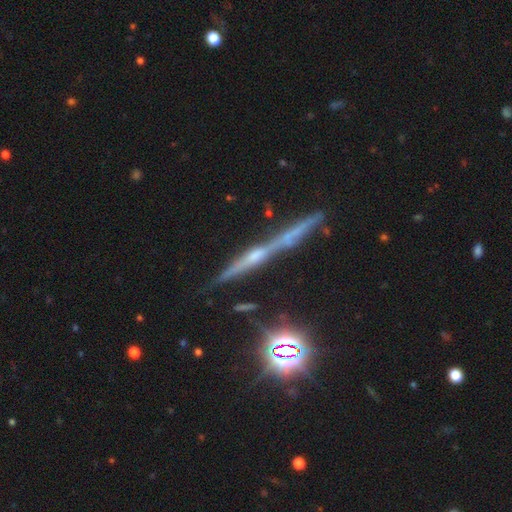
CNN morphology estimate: This is likely a featured or disk galaxy (73%). It is clearly viewed edge-on (96%). Edge-on bulge: possibly rounded (58%). Merging: clearly none (80%).